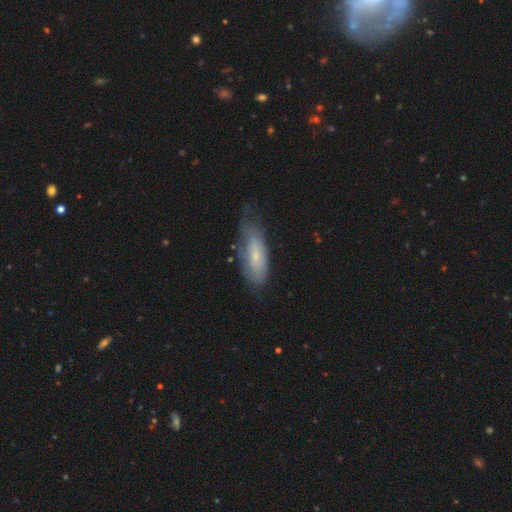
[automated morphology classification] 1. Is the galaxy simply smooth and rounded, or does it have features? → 57% smooth, 36% featured or disk, 7% star or artifact.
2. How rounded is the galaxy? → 68% in between, 30% cigar-shaped, 2% round.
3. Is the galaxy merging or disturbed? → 46% none, 36% minor disturbance, 16% major disturbance, 2% merger.